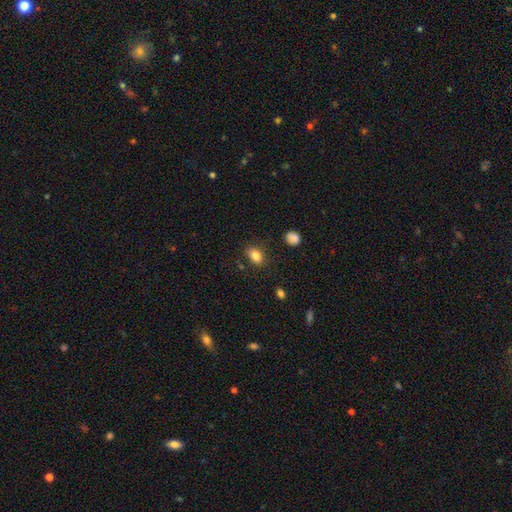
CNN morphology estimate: This appears to be a smooth galaxy with no disk features (84%) that is in between round and cigar-shaped (82%). Merging: none (80%).